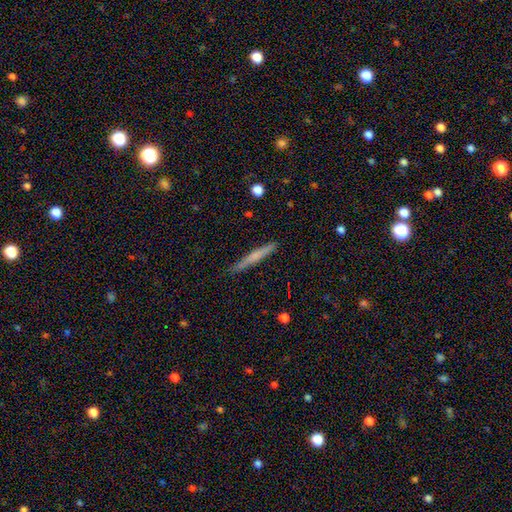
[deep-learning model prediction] Q: Smooth or featured?
A: smooth (54%); runner-up: featured or disk (40%)
Q: How rounded?
A: cigar-shaped (96%); runner-up: in between (3%)
Q: Merging?
A: none (86%); runner-up: minor disturbance (11%)